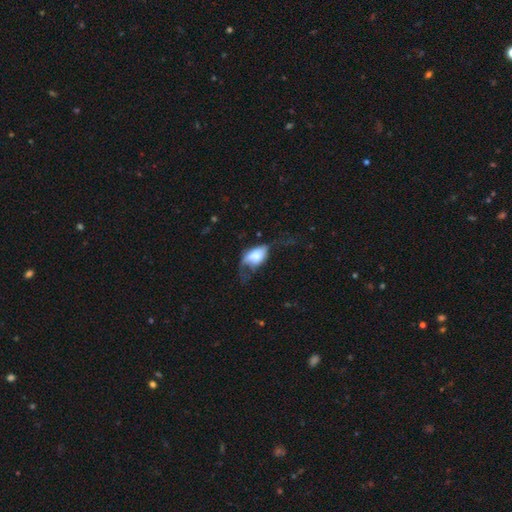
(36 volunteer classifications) Smooth or featured? 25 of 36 (69%) said smooth. How rounded? 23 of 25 (92%) said in between. Merging? 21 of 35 (60%) said major disturbance.